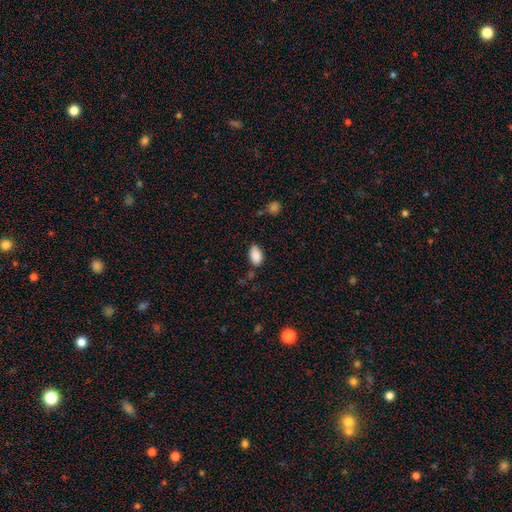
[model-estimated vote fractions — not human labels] A smooth galaxy with no disk features (88%) that is in between round and cigar-shaped (93%). Merging: none (70%).